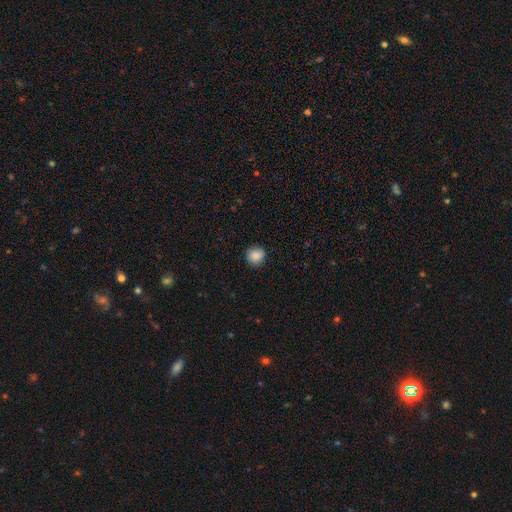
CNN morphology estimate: Smooth or featured: smooth — 87% (star or artifact — 9%)
How rounded: round — 89% (in between — 10%)
Merging: none — 88% (minor disturbance — 9%)